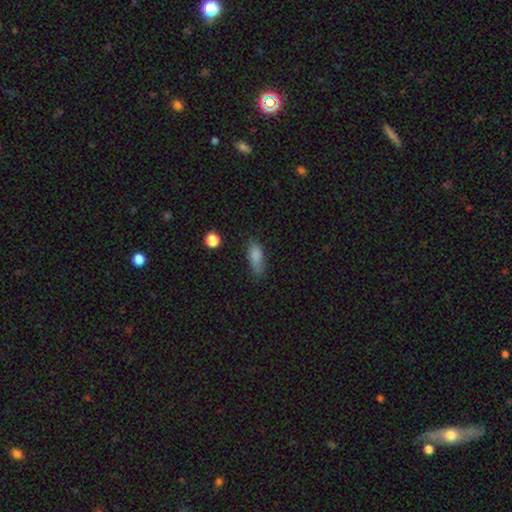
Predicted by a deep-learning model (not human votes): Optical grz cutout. It shows a smooth galaxy with no disk features (81%) that is in between round and cigar-shaped (73%). Merging: none (59%).